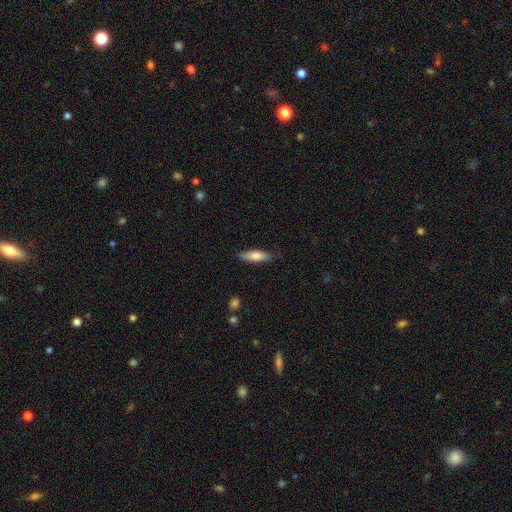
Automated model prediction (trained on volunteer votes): Smooth or featured?
  - smooth: 74% *
  - featured or disk: 21%
  - star or artifact: 6%
How rounded?
  - cigar-shaped: 58% *
  - in between: 40%
  - round: 2%
Merging?
  - none: 82% *
  - minor disturbance: 14%
  - major disturbance: 2%
  - merger: 1%